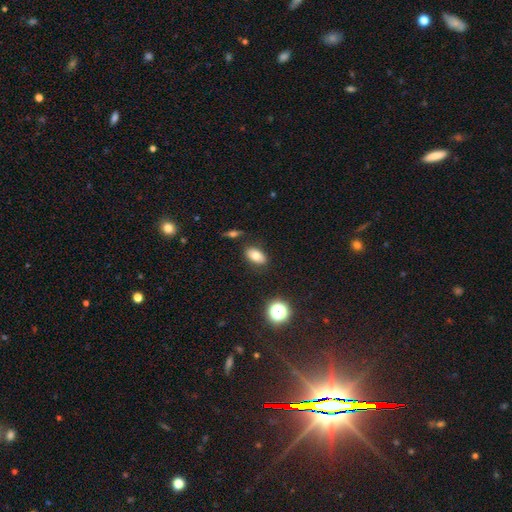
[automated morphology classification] Q: Smooth or featured?
A: smooth (75%); runner-up: featured or disk (13%)
Q: How rounded?
A: in between (89%); runner-up: round (8%)
Q: Merging?
A: none (84%); runner-up: minor disturbance (10%)